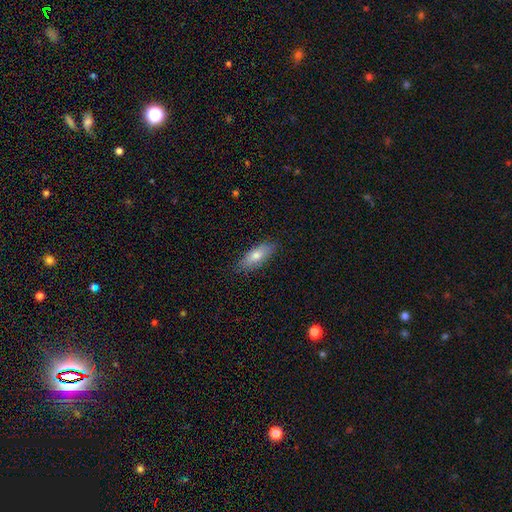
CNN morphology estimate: smooth_or_featured: smooth (p=0.73) [alt: featured or disk p=0.20]
how_rounded: in between (p=0.71) [alt: cigar-shaped p=0.27]
merging: none (p=0.85) [alt: minor disturbance p=0.12]